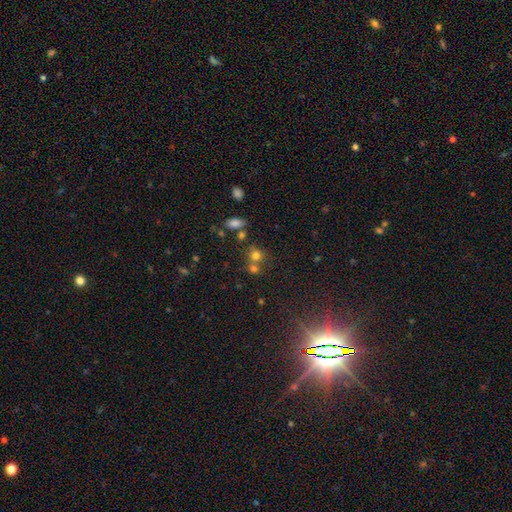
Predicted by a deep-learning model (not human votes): This appears to be a smooth galaxy with no disk features (71%) that is round (80%). Merging: none (51%).